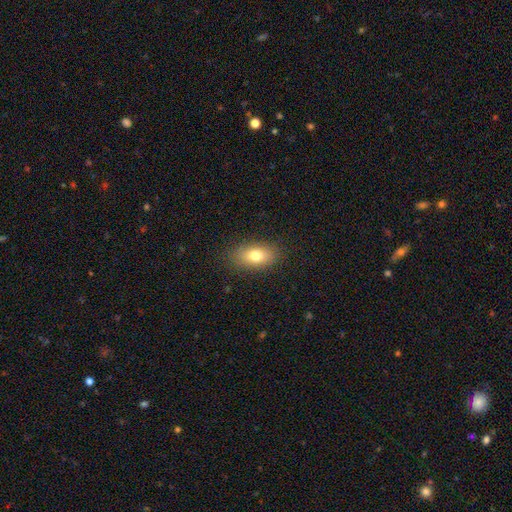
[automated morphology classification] Smooth or featured: smooth — 78% (featured or disk — 13%)
How rounded: in between — 86% (round — 10%)
Merging: none — 86% (minor disturbance — 10%)